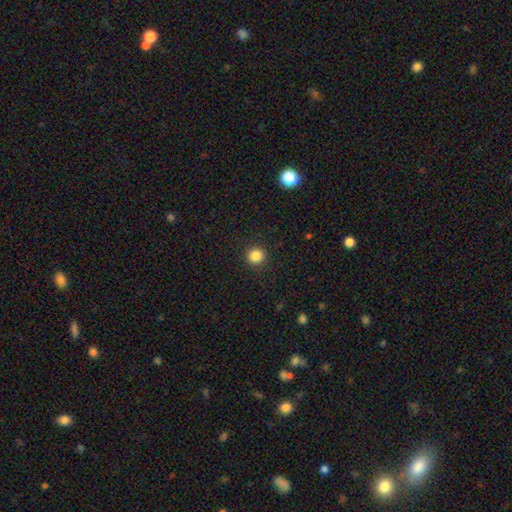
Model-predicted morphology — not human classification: type=smooth (85%); roundness=round (92%); merging=none (91%).